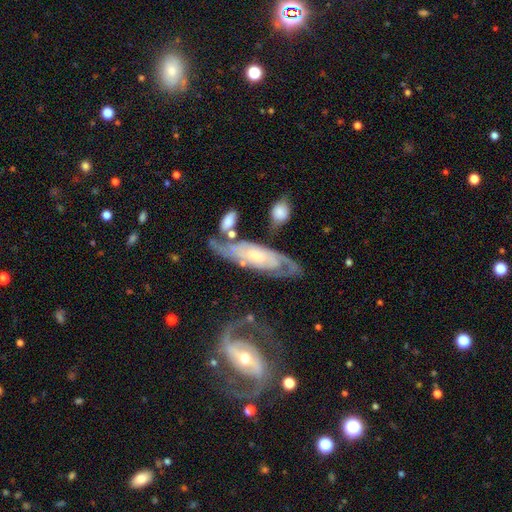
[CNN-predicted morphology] type=featured or disk (79%); edge-on=no (83%); bar=no (64%); spiral arms=yes (91%); winding=tight (55%); arm count=2 (50%); bulge=small (44%); merging=none (58%).